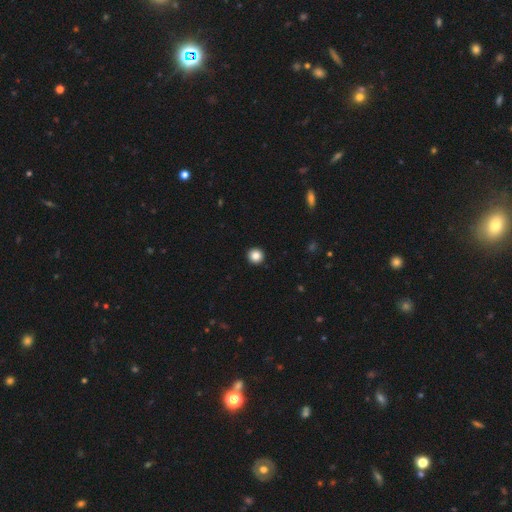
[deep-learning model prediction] smooth 86%, star or artifact 10%, featured or disk 4%. Down the decision tree: how rounded — round (96%); merging — none (94%).